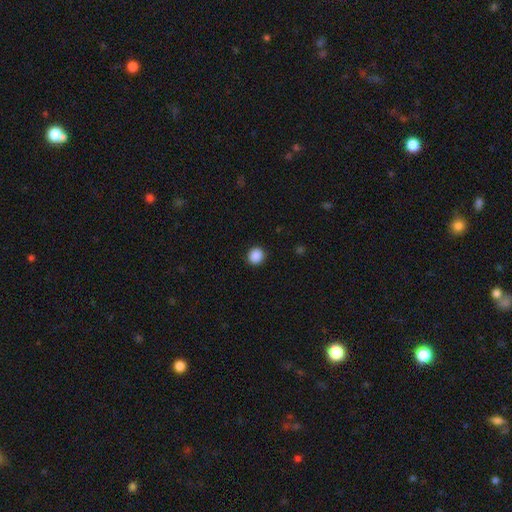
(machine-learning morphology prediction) Smooth or featured? Predicted: smooth (p=0.89). How rounded? Predicted: round (p=0.88). Merging? Predicted: none (p=0.92).